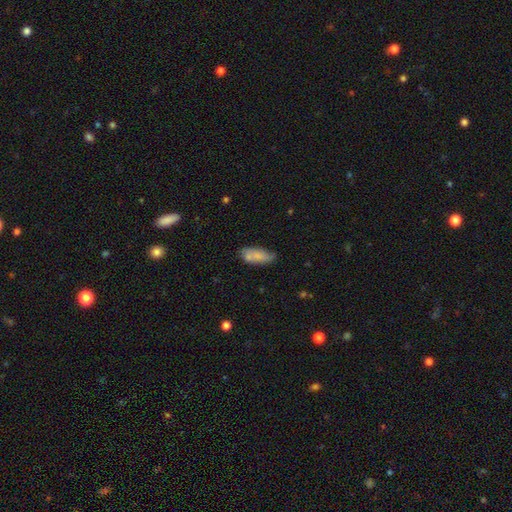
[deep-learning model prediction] Smooth or featured? Predicted: smooth (p=0.76). How rounded? Predicted: in between (p=0.74). Merging? Predicted: none (p=0.57).